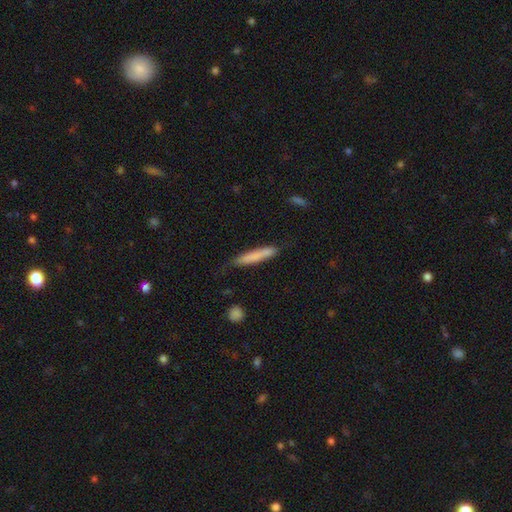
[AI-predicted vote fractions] This appears to be a smooth galaxy with no disk features (75%) that is cigar-shaped (93%). Merging: none (73%).